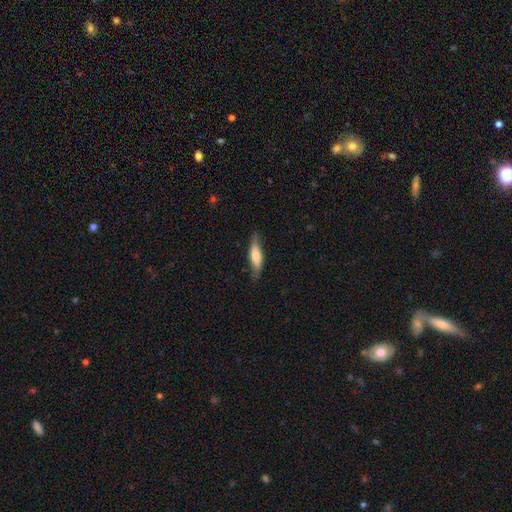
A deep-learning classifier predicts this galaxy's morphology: smooth_or_featured: smooth (p=0.59) [alt: featured or disk p=0.35]
how_rounded: cigar-shaped (p=0.65) [alt: in between p=0.33]
merging: none (p=0.76) [alt: minor disturbance p=0.19]